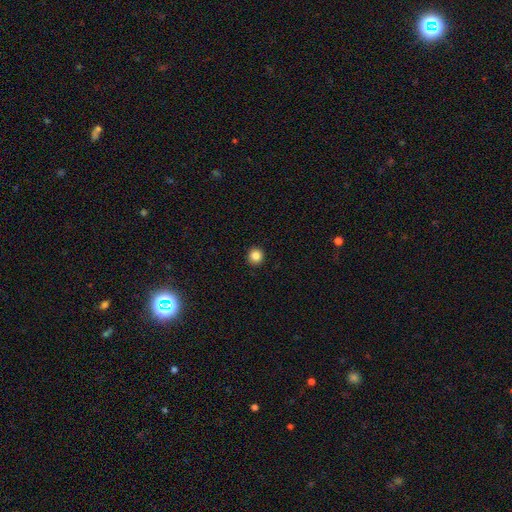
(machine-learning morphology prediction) Smooth or featured? Predicted: smooth (p=0.84). How rounded? Predicted: round (p=0.95). Merging? Predicted: none (p=0.94).